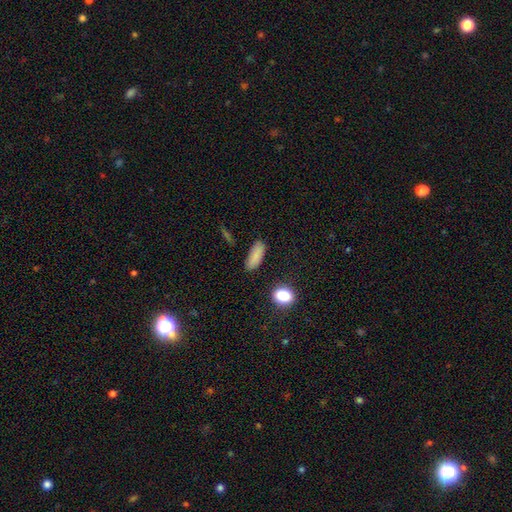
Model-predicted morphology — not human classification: Smooth or featured? smooth (86%)
How rounded? in between (73%)
Merging? none (82%)